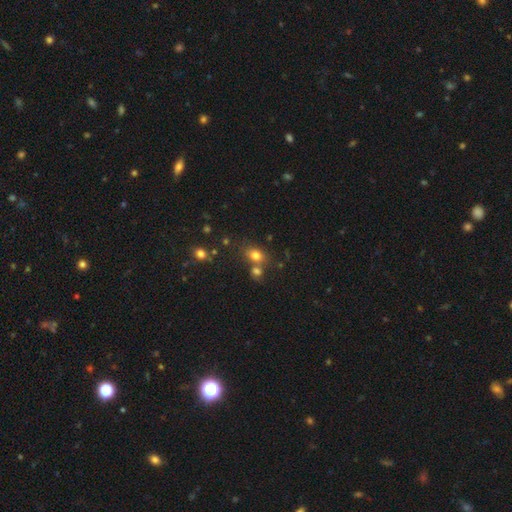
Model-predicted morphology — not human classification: Smooth or featured?
  - smooth: 76% *
  - star or artifact: 14%
  - featured or disk: 9%
How rounded?
  - in between: 58% *
  - round: 41%
  - cigar-shaped: 1%
Merging?
  - none: 54% *
  - merger: 29%
  - minor disturbance: 12%
  - major disturbance: 4%